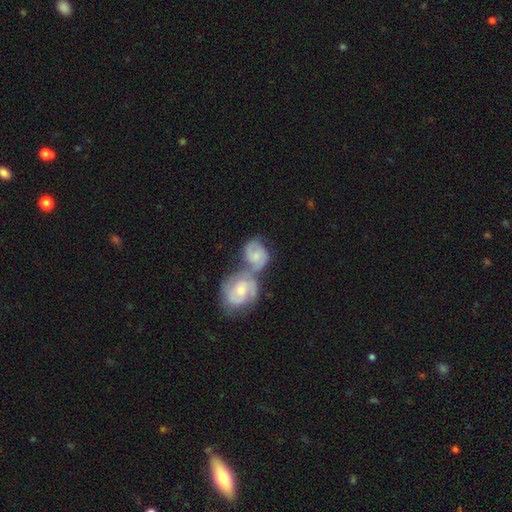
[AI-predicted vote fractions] This appears to be a featured or disk galaxy (60%) with no bar (63%), 2 (61%) medium (43%, tied with tight) spiral arms (87%) and a small central bulge (47%). Merging: merger (72%).